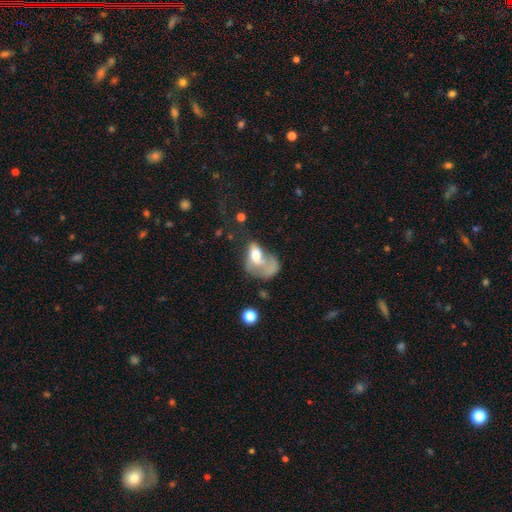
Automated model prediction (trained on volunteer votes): smooth-or-featured: smooth: 55% | featured or disk: 37% | star or artifact: 9%
  how-rounded: in between: 84% | round: 14% | cigar-shaped: 3%
  merging: major disturbance: 47% | merger: 29% | none: 13% | minor disturbance: 11%